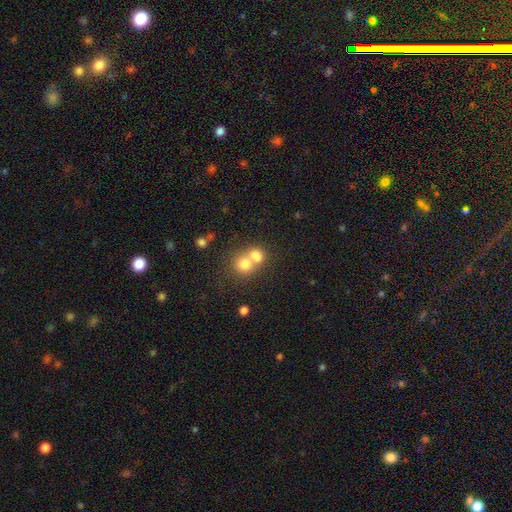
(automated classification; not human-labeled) Smooth or featured? Predicted: smooth (p=0.71). How rounded? Predicted: round (p=0.70). Merging? Predicted: merger (p=0.64).